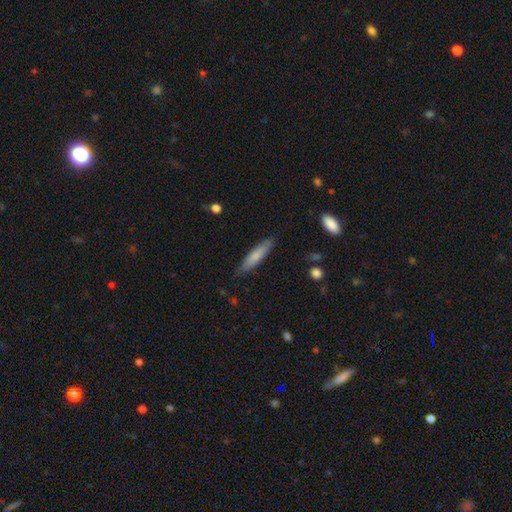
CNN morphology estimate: Smooth or featured?
  - smooth: 73% *
  - featured or disk: 21%
  - star or artifact: 6%
How rounded?
  - cigar-shaped: 85% *
  - in between: 13%
  - round: 1%
Merging?
  - none: 85% *
  - minor disturbance: 12%
  - major disturbance: 2%
  - merger: 1%